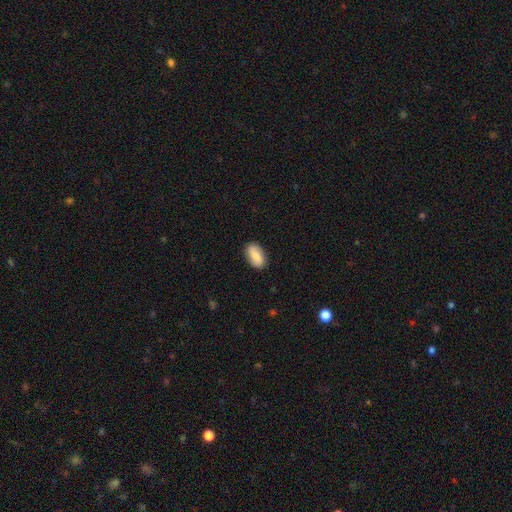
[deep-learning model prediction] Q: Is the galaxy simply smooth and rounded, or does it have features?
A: smooth — 76%.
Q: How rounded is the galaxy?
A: in between — 91%.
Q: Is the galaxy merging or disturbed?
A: none — 86%.